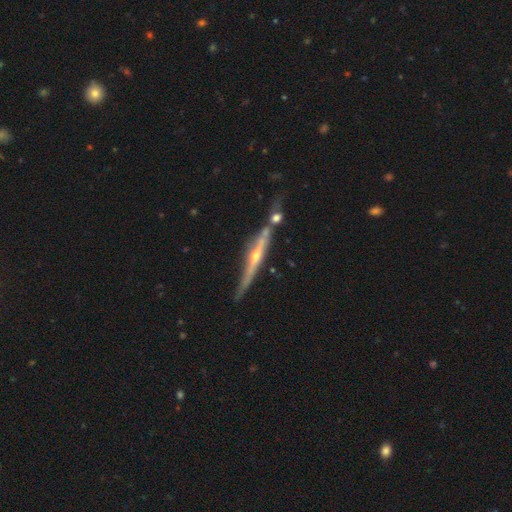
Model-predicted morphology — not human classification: This appears to be a featured or disk galaxy (83%) viewed edge-on (96%) with a rounded central bulge (82%). Merging: none (67%).